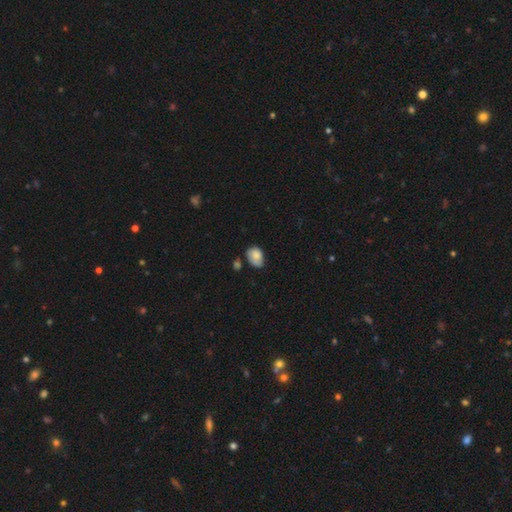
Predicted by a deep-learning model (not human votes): This appears to be a smooth galaxy with no disk features (76%) that is in between round and cigar-shaped (76%). Merging: none (48%).